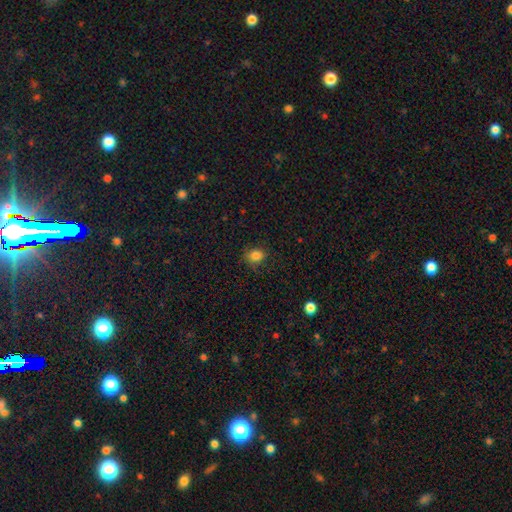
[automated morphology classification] smooth 83%, star or artifact 12%, featured or disk 5%. Down the decision tree: how rounded — round (68%); merging — none (77%).